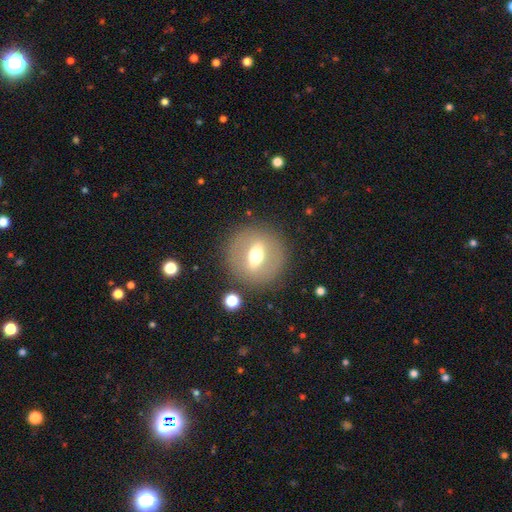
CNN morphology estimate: The model was most divided on "smooth or featured": featured or disk: 52%, smooth: 39%, star or artifact: 9%. More confident: merging — none (85%); edge-on disk — no (66%).